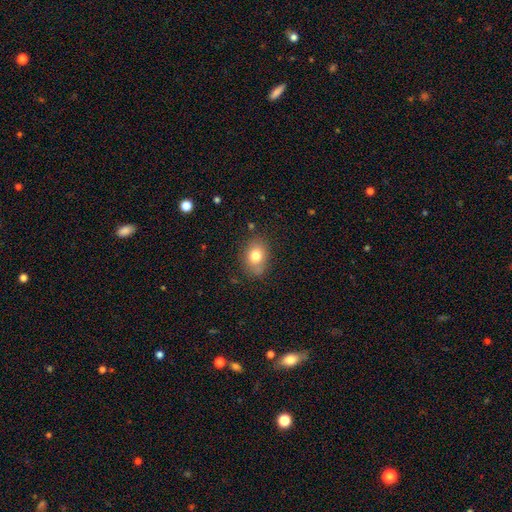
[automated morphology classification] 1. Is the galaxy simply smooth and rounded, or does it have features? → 78% smooth, 12% featured or disk, 9% star or artifact.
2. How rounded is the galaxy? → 71% in between, 28% round, 1% cigar-shaped.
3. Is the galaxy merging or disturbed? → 79% none, 15% minor disturbance, 4% major disturbance, 2% merger.